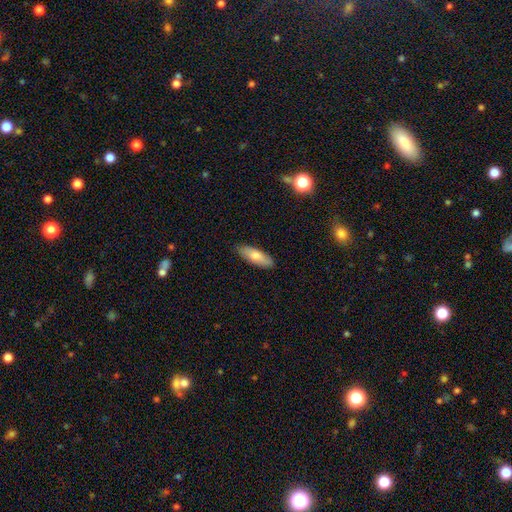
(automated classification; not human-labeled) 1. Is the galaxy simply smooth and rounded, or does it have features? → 74% smooth, 20% featured or disk, 6% star or artifact.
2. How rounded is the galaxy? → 63% in between, 35% cigar-shaped, 2% round.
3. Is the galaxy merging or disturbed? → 87% none, 10% minor disturbance, 2% major disturbance, 1% merger.